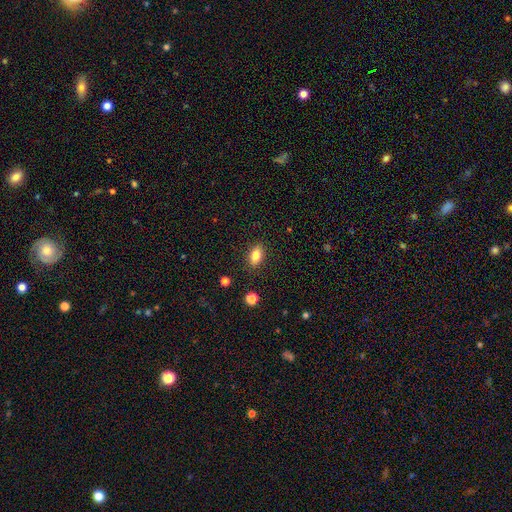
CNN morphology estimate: smooth 81%, featured or disk 10%, star or artifact 9%. Down the decision tree: how rounded — in between (87%); merging — none (87%).